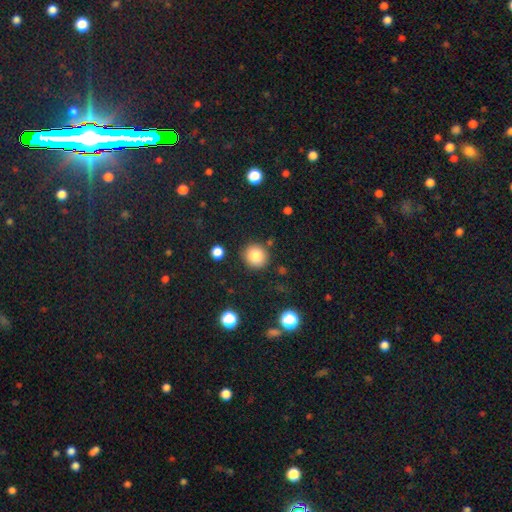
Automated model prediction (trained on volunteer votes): This appears to be a smooth galaxy with no disk features (83%) that is round (90%). Merging: none (86%).